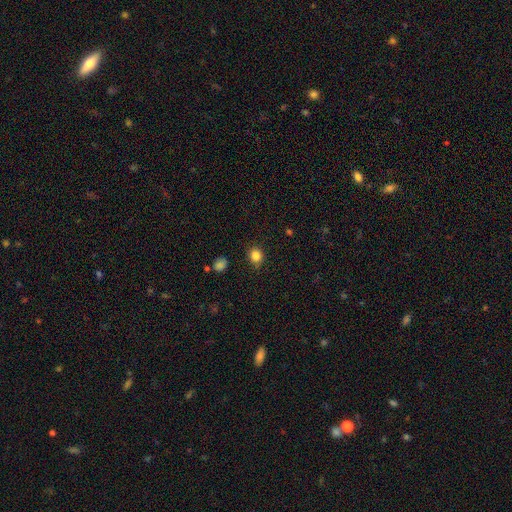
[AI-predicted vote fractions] This appears to be a smooth galaxy with no disk features (84%) that is round (80%). Merging: none (83%).